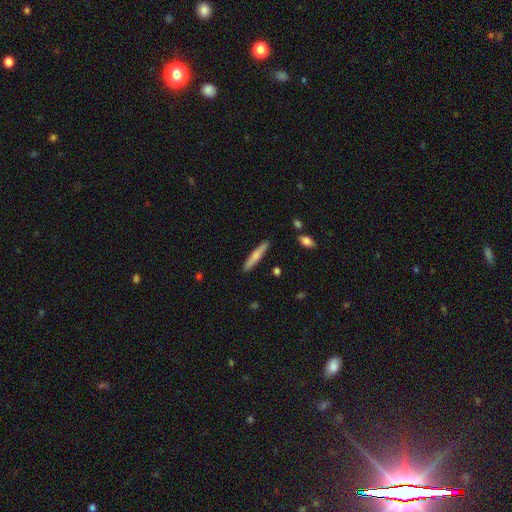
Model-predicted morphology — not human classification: Overall: smooth (66%; featured or disk 28%). How rounded: cigar-shaped (92%). Merging: none (88%).